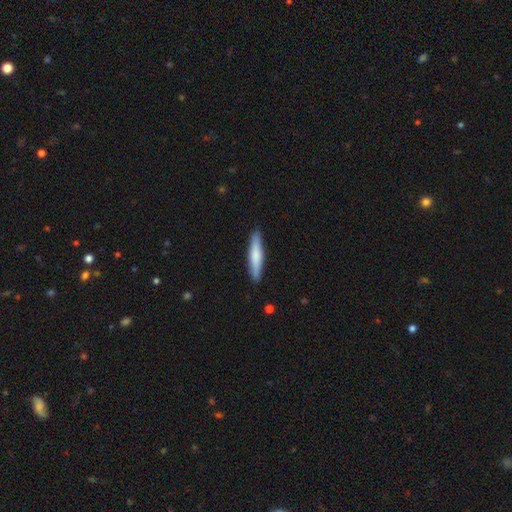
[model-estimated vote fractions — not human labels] This appears to be a smooth galaxy with no disk features (70%) that is cigar-shaped (88%). Merging: none (90%).